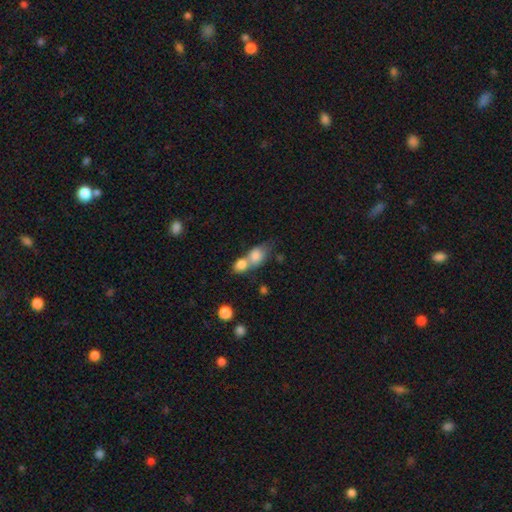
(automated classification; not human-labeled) Morphology: type=smooth (79%); roundness=in between (59%); merging=merger (71%).